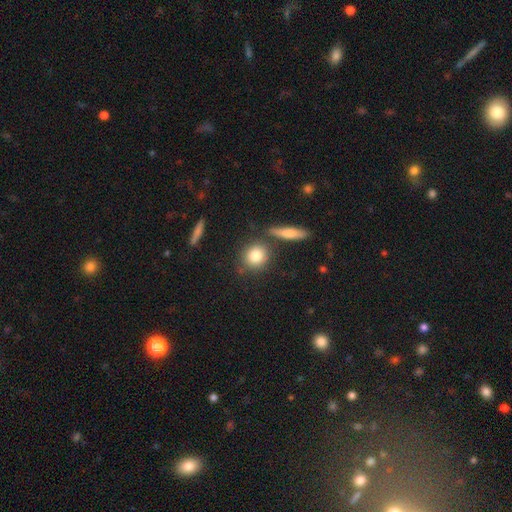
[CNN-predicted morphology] Smooth or featured? smooth (81%)
How rounded? round (77%)
Merging? none (73%)